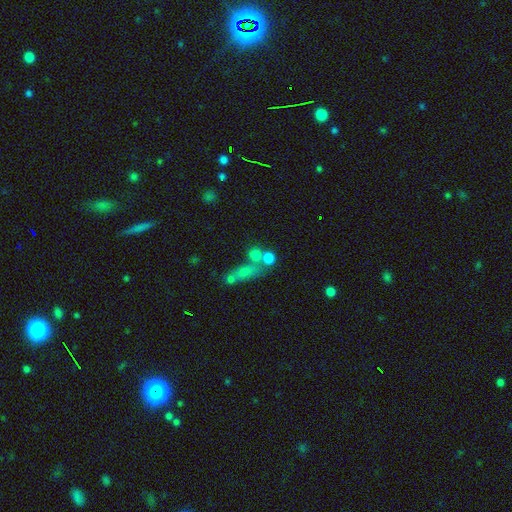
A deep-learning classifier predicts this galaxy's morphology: Q: Smooth or featured?
A: smooth (69%); runner-up: star or artifact (16%)
Q: How rounded?
A: round (72%); runner-up: in between (20%)
Q: Merging?
A: none (46%); runner-up: merger (39%)